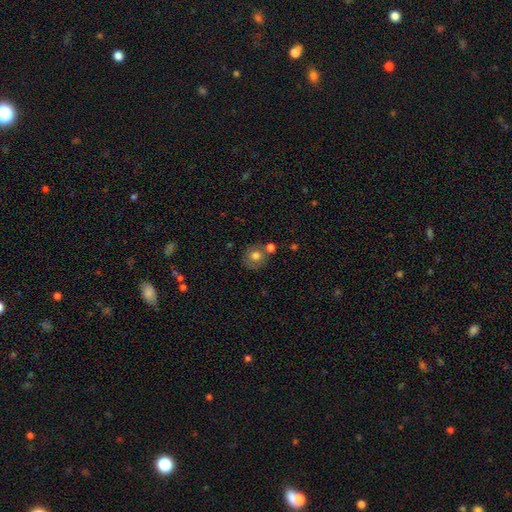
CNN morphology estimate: The model was most divided on "smooth or featured": smooth: 65%, featured or disk: 25%, star or artifact: 10%. More confident: how rounded — round (82%); merging — none (64%).